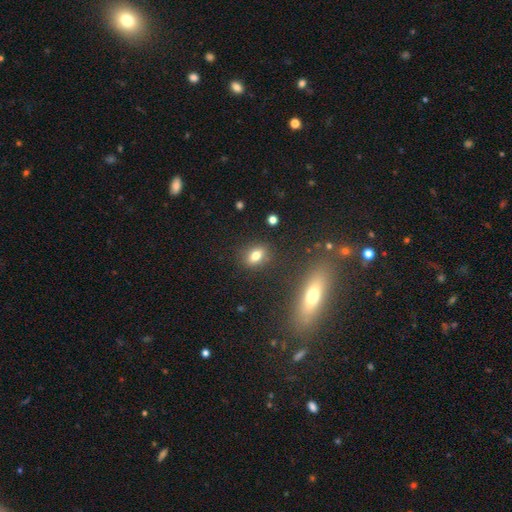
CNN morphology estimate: type=smooth (76%); roundness=in between (71%); merging=none (85%).